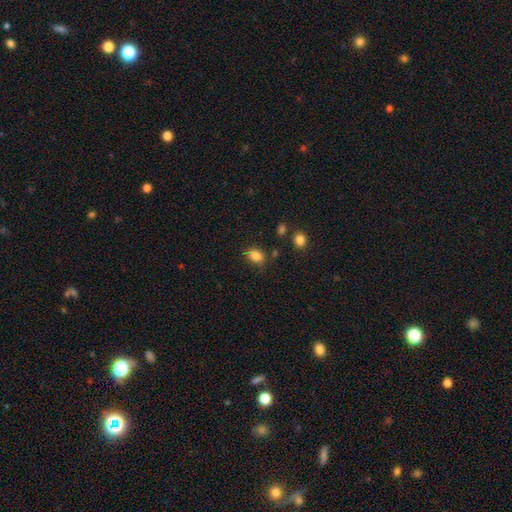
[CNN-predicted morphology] type=smooth (84%); roundness=in between (75%); merging=none (76%).